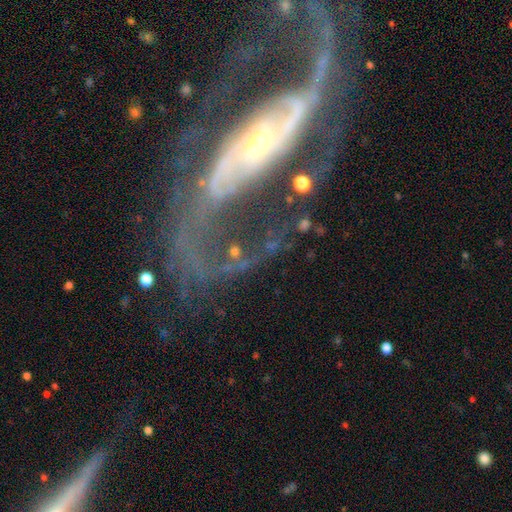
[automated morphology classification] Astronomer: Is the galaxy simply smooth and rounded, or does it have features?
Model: featured or disk — 91%.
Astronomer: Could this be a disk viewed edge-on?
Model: no — 95%.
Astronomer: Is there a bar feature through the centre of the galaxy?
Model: strong — 43% (runner-up: weak, 29%).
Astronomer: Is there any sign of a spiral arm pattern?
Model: yes — 95%.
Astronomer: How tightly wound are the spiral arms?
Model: loose — 44% (runner-up: medium, 42%).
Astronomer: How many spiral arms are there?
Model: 2 — 90%.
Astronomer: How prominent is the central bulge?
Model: small — 62%.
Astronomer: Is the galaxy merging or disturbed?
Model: none — 62%.